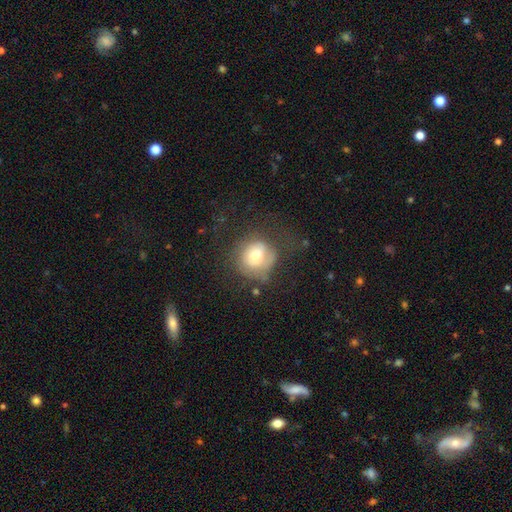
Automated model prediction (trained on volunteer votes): A smooth galaxy with no disk features (61%) that is round (82%).

Vote fractions:
- Smooth or featured? smooth: 61% / featured or disk: 29% / star or artifact: 10%
- How rounded? round: 82% / in between: 17% / cigar-shaped: 1%
- Merging? none: 49% / major disturbance: 25% / minor disturbance: 23% / merger: 3%